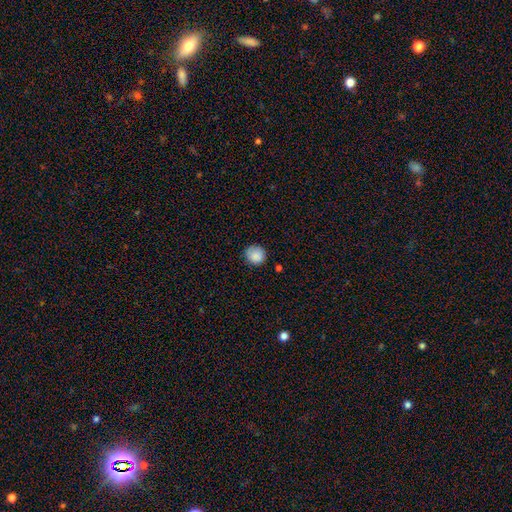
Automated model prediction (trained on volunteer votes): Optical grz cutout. It shows a smooth galaxy with no disk features (88%) that is round (87%). Merging: none (81%).